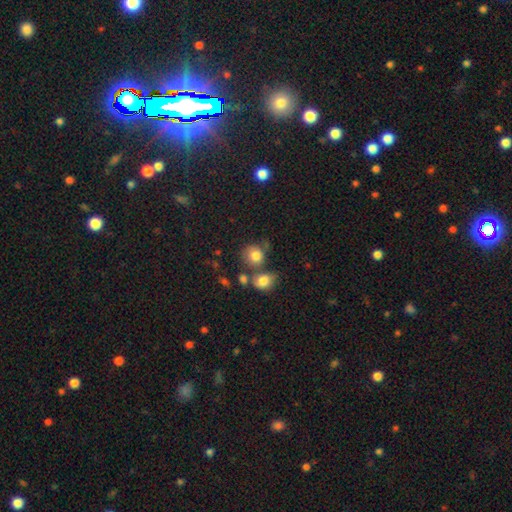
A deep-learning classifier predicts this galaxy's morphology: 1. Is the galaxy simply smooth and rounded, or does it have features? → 80% smooth, 11% star or artifact, 9% featured or disk.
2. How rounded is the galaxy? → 80% round, 19% in between, 1% cigar-shaped.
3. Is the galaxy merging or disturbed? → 54% none, 24% merger, 15% minor disturbance, 7% major disturbance.